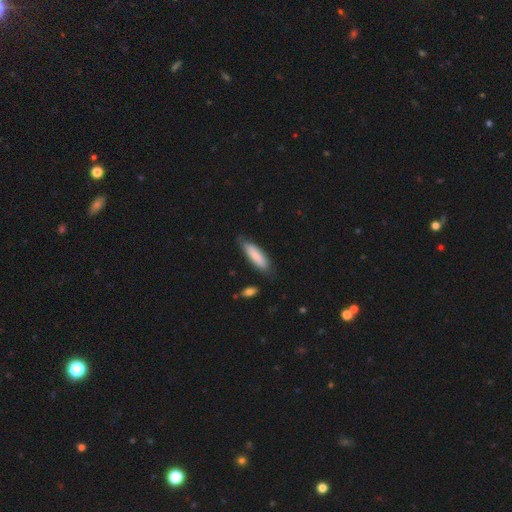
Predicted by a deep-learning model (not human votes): smooth_or_featured: smooth (p=0.83) [alt: featured or disk p=0.12]
how_rounded: cigar-shaped (p=0.61) [alt: in between p=0.38]
merging: none (p=0.74) [alt: minor disturbance p=0.20]